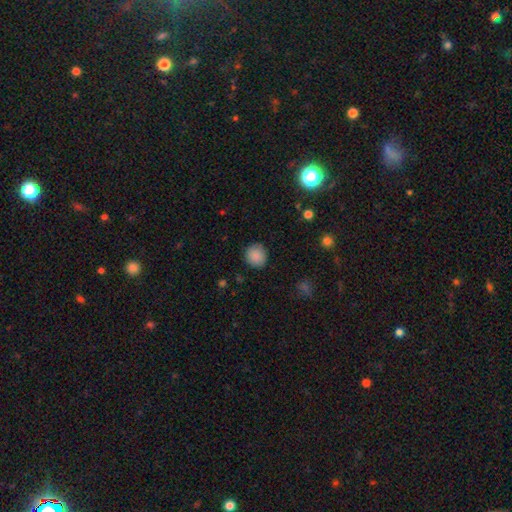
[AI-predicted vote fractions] smooth_or_featured: smooth (p=0.88) [alt: star or artifact p=0.08]
how_rounded: round (p=0.90) [alt: in between p=0.09]
merging: none (p=0.87) [alt: minor disturbance p=0.10]